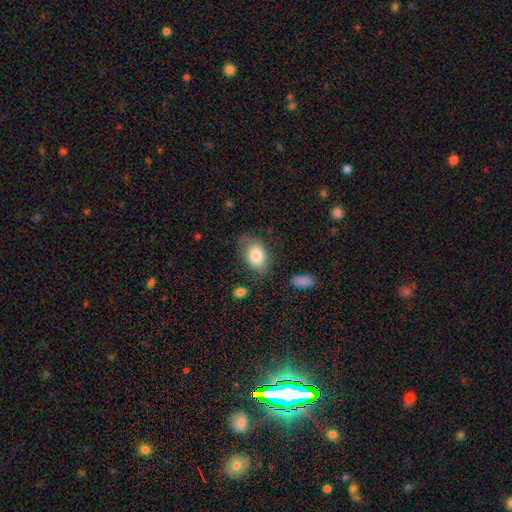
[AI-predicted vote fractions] Q: Smooth or featured?
A: smooth (81%); runner-up: featured or disk (11%)
Q: How rounded?
A: in between (83%); runner-up: round (16%)
Q: Merging?
A: none (65%); runner-up: minor disturbance (23%)